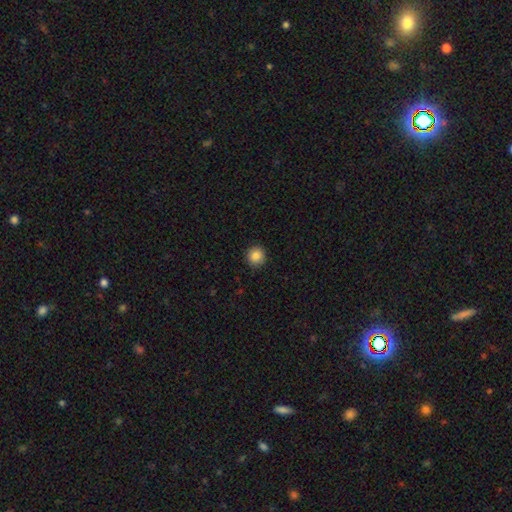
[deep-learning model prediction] A smooth galaxy with no disk features (86%) that is round (94%). Merging: none (92%).